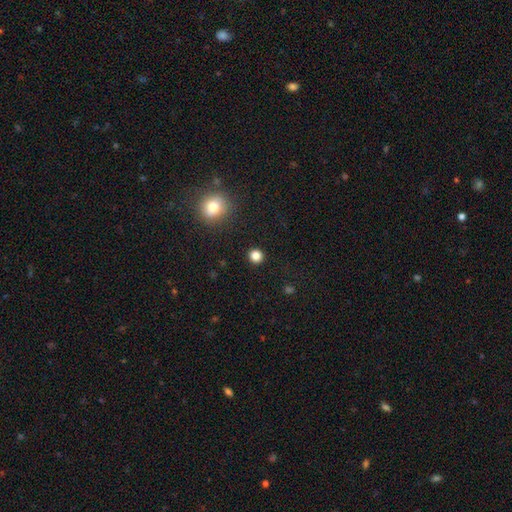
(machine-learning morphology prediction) This appears to be a smooth galaxy with no disk features (83%) that is round (92%). Merging: none (92%).